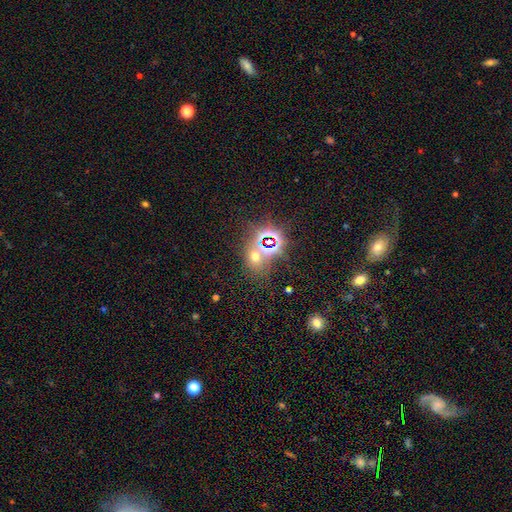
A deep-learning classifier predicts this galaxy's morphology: A star or artifact, not a galaxy (59%).

Vote fractions:
- Smooth or featured? star or artifact: 59% / smooth: 31% / featured or disk: 10%